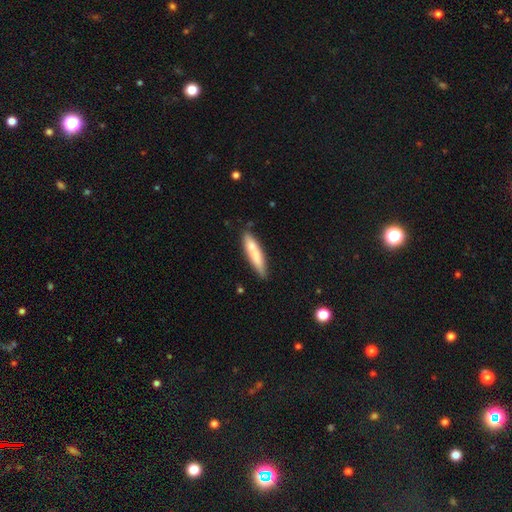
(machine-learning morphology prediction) Smooth or featured? smooth (75%)
How rounded? cigar-shaped (81%)
Merging? none (76%)